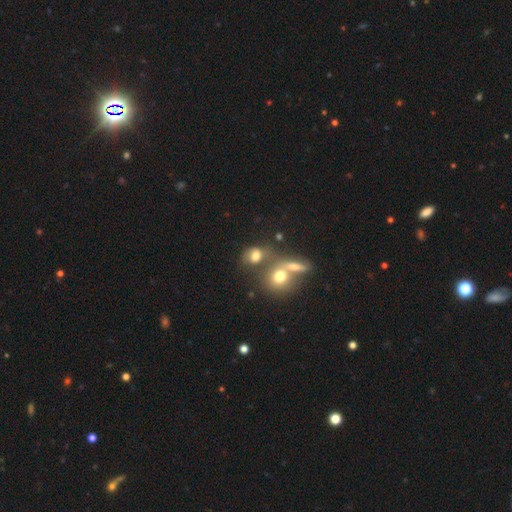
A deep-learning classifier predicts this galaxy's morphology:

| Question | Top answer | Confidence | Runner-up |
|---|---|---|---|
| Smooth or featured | smooth | 71% | featured or disk (15%) |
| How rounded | round | 49% | in between (48%) |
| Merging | none | 40% | merger (38%) |